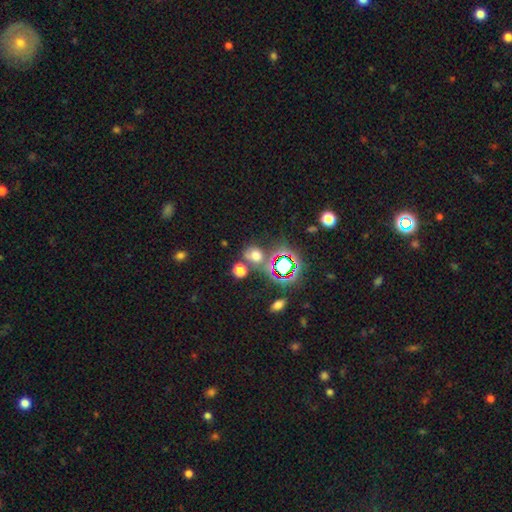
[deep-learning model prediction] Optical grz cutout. It shows a smooth galaxy with no disk features (54%) that is round (57%). Merging: none (55%).